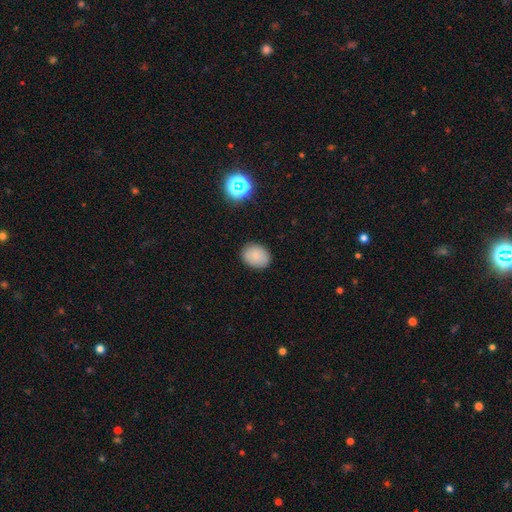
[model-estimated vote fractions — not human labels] Smooth or featured? Predicted: smooth (p=0.82). How rounded? Predicted: in between (p=0.50). Merging? Predicted: none (p=0.87).